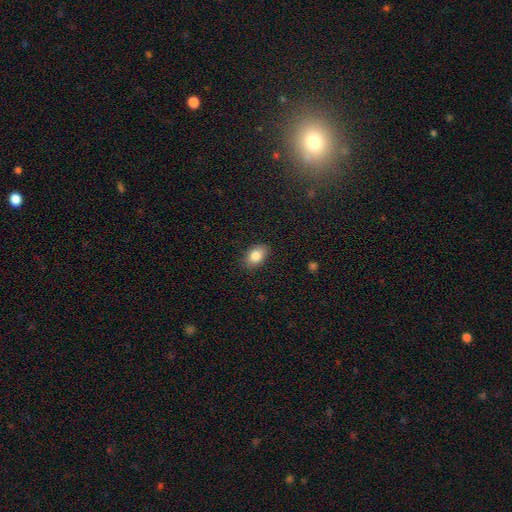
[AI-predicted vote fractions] smooth-or-featured: smooth: 83% | featured or disk: 9% | star or artifact: 8%
  how-rounded: in between: 87% | round: 12% | cigar-shaped: 2%
  merging: none: 85% | minor disturbance: 11% | major disturbance: 2% | merger: 1%